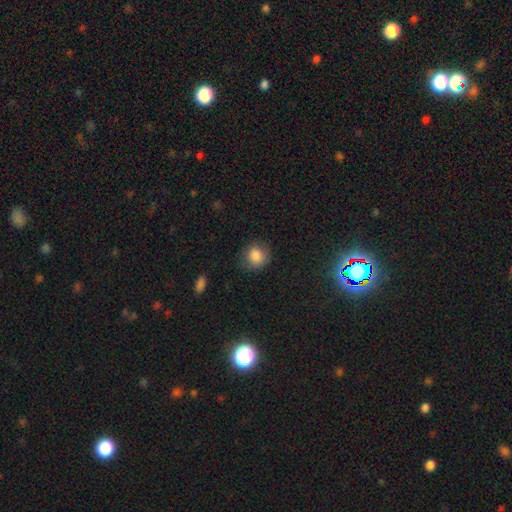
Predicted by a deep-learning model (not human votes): Smooth or featured? smooth (84%)
How rounded? round (82%)
Merging? none (73%)